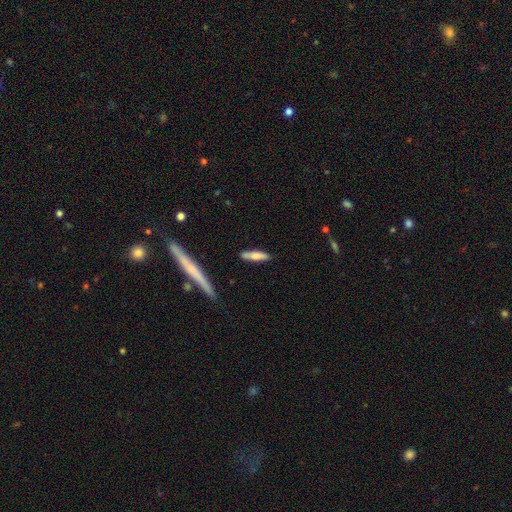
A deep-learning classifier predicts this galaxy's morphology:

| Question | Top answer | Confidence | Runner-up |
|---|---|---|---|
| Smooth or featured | smooth | 69% | featured or disk (25%) |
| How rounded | cigar-shaped | 75% | in between (23%) |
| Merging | none | 80% | minor disturbance (14%) |